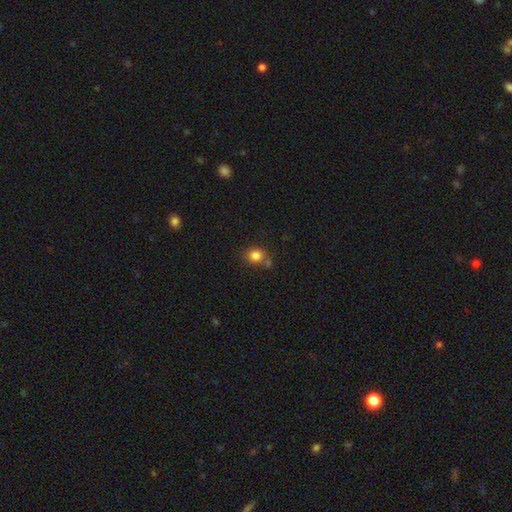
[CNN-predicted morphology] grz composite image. It shows a smooth galaxy with no disk features (82%) that is round (77%). Merging: none (66%).